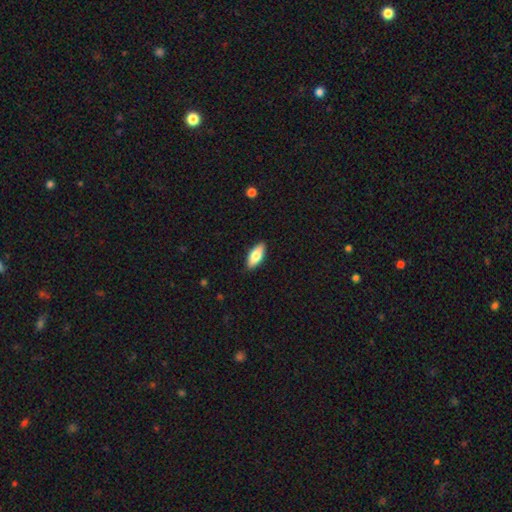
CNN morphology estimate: The model was most divided on "smooth or featured": smooth: 75%, featured or disk: 19%, star or artifact: 6%. More confident: merging — none (89%); how rounded — in between (78%).